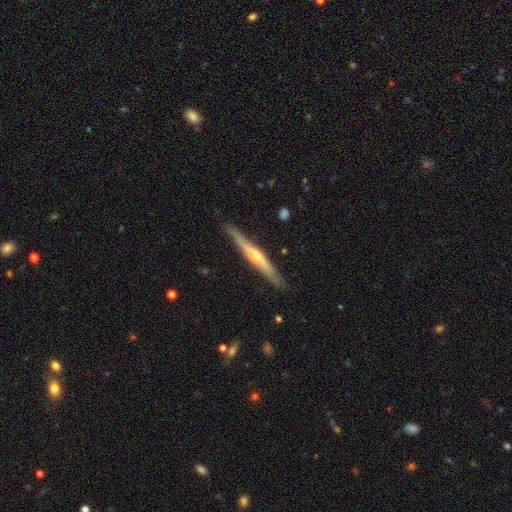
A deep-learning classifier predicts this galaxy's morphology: This appears to be a featured or disk galaxy (72%) viewed edge-on (97%) with a rounded central bulge (77%). Merging: none (88%).